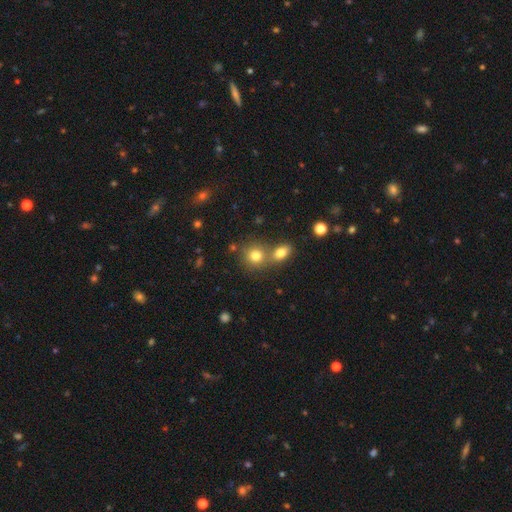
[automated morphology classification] The model was most divided on "merging": none: 53%, merger: 36%, minor disturbance: 8%, major disturbance: 3%. More confident: how rounded — round (81%); smooth or featured — smooth (78%).